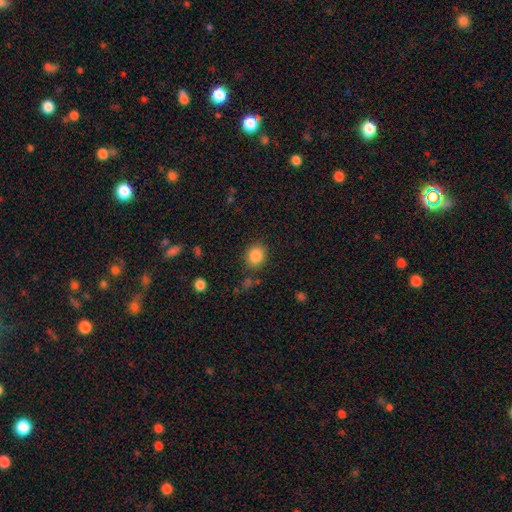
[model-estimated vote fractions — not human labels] Smooth or featured? Predicted: smooth (p=0.86). How rounded? Predicted: round (p=0.70). Merging? Predicted: none (p=0.84).